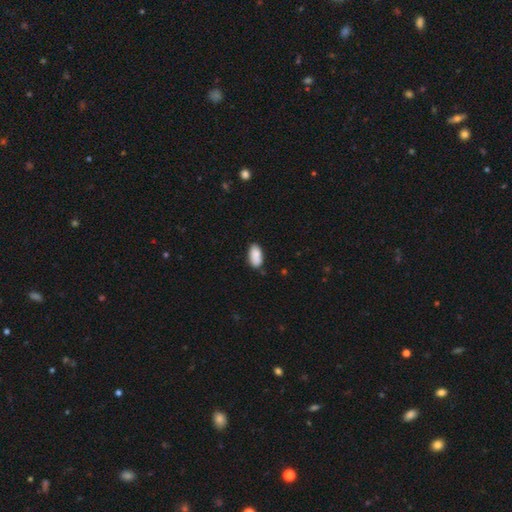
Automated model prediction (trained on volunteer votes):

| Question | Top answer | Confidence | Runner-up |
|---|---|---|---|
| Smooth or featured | smooth | 87% | star or artifact (7%) |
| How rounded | in between | 93% | cigar-shaped (5%) |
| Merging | none | 76% | minor disturbance (18%) |